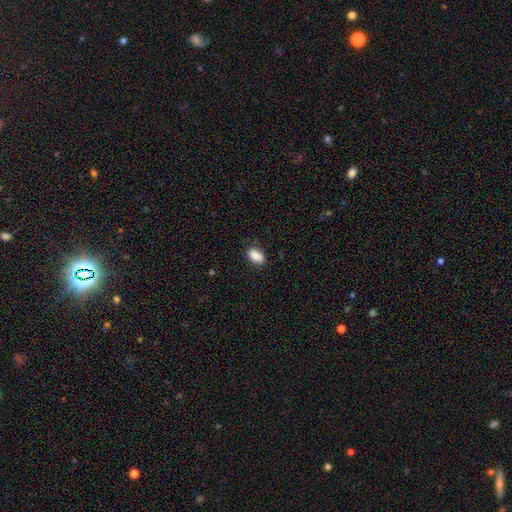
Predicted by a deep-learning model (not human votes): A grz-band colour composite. It shows a smooth galaxy with no disk features (89%) that is in between round and cigar-shaped (91%). Merging: none (82%).